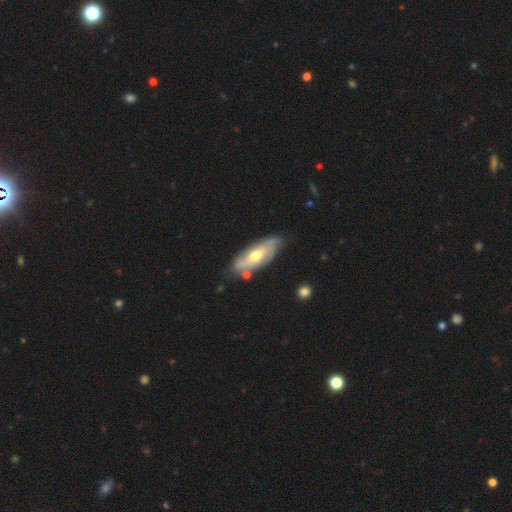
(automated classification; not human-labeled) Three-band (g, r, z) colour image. It shows a featured or disk galaxy (64%). Merging: none (73%).